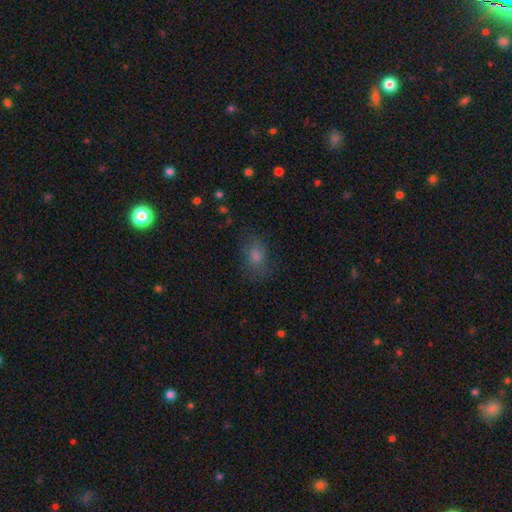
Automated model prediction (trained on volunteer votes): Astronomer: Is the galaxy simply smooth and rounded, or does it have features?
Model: smooth — 65%.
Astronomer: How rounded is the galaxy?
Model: in between — 67%.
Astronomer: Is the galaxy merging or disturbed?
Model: none — 70%.